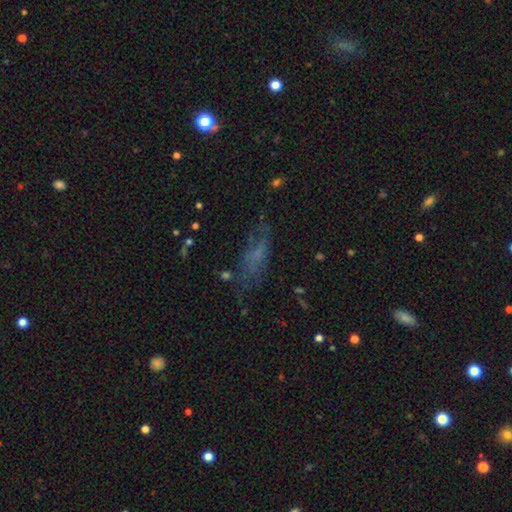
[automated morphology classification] smooth 45%, featured or disk 36%, star or artifact 19%. Down the decision tree: merging — none (53%).